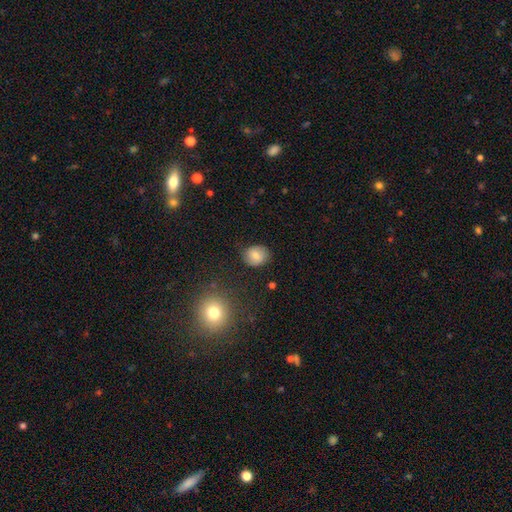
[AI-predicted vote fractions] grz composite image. It shows a smooth galaxy with no disk features (78%) that is round (65%). Merging: none (81%).